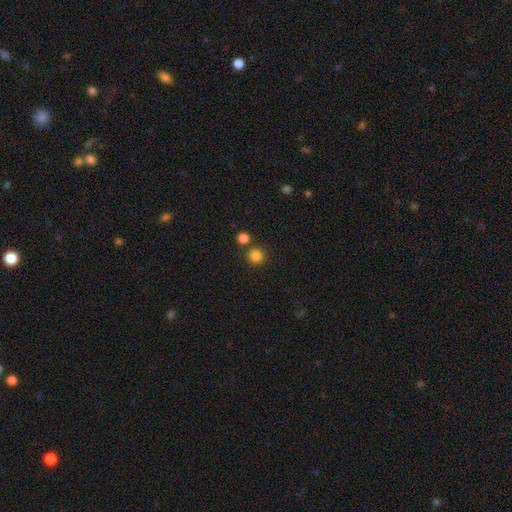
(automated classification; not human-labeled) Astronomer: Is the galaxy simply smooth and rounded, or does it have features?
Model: smooth — 82%.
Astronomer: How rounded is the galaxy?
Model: round — 94%.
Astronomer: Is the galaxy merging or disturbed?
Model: none — 80%.